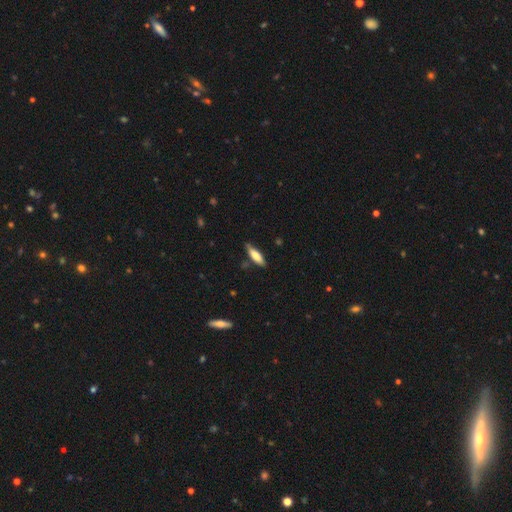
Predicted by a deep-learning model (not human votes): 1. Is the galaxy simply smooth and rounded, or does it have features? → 72% smooth, 22% featured or disk, 6% star or artifact.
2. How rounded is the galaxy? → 57% cigar-shaped, 42% in between, 2% round.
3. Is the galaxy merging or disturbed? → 77% none, 18% minor disturbance, 3% major disturbance, 2% merger.